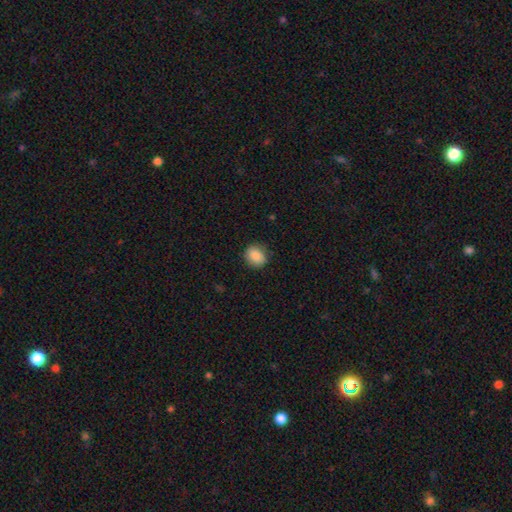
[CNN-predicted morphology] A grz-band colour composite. It shows a smooth galaxy with no disk features (87%) that is round (71%). Merging: none (85%).